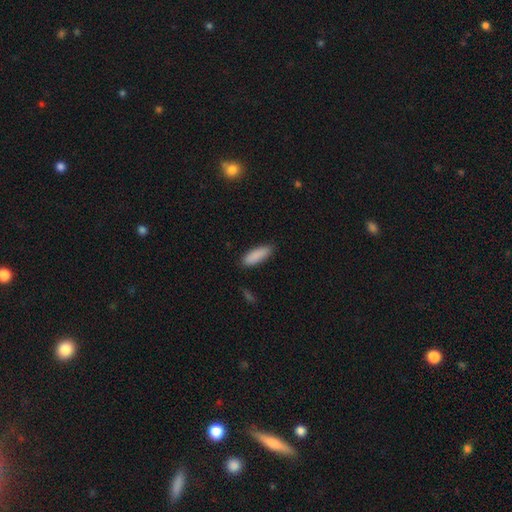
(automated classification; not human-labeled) The model was most divided on "how rounded": in between: 61%, cigar-shaped: 37%, round: 2%. More confident: smooth or featured — smooth (89%); merging — none (83%).